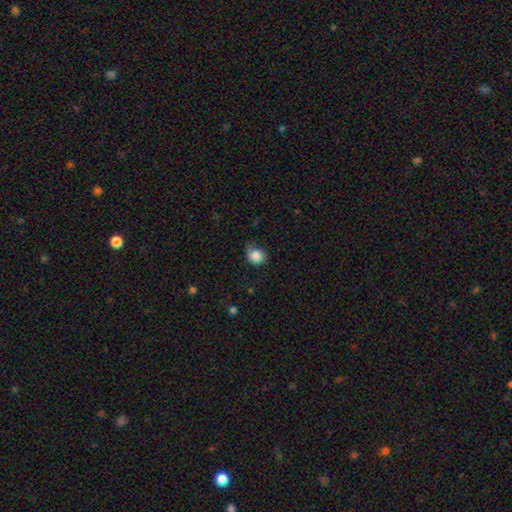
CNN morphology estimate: Smooth or featured? smooth (85%)
How rounded? round (60%)
Merging? none (57%)